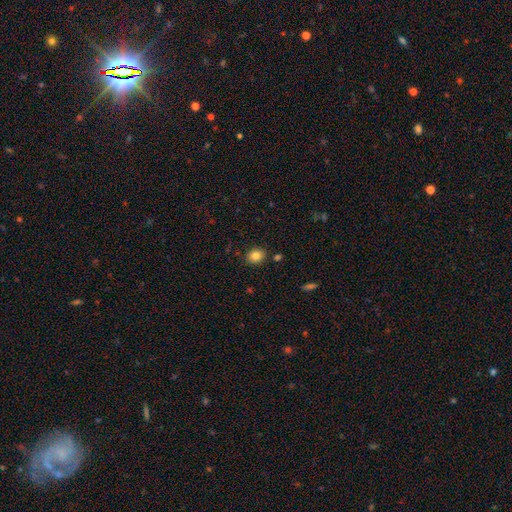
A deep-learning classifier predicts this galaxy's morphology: A smooth galaxy with no disk features (84%) that is round (63%).

Vote fractions:
- Smooth or featured? smooth: 84% / star or artifact: 10% / featured or disk: 6%
- How rounded? round: 63% / in between: 37% / cigar-shaped: 1%
- Merging? none: 86% / minor disturbance: 9% / merger: 3% / major disturbance: 2%